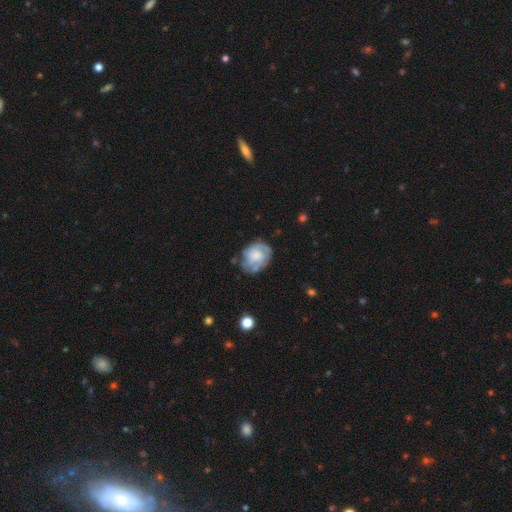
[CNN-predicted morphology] smooth-or-featured: featured or disk: 58% | smooth: 35% | star or artifact: 7%
  disk-edge-on: no: 97% | yes: 3%
    bar: no: 78% | weak: 19% | strong: 3%
    has-spiral-arms: yes: 71% | no: 29%
    bulge-size: moderate: 32% | small: 25% | none: 24% | large: 16% | dominant: 2%
  merging: none: 61% | minor disturbance: 25% | major disturbance: 11% | merger: 3%